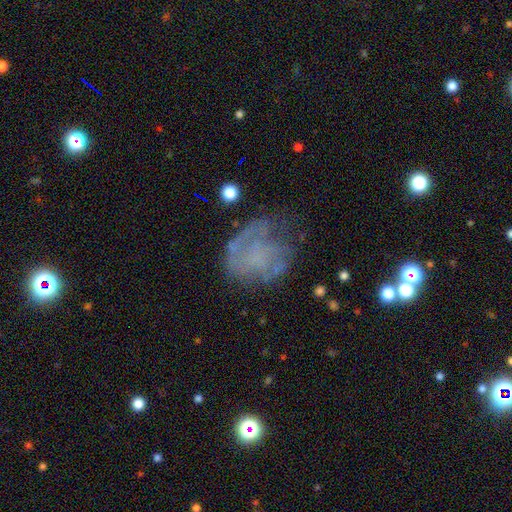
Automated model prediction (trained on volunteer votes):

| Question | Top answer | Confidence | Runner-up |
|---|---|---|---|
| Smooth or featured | featured or disk | 58% | smooth (28%) |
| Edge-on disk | no | 98% | yes (2%) |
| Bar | no | 85% | weak (12%) |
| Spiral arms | yes | 54% | no (46%) |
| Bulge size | none | 75% | small (12%) |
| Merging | none | 45% | major disturbance (28%) |